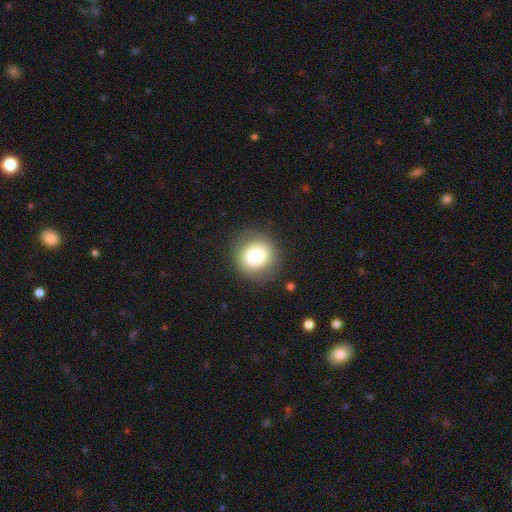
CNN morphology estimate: Smooth or featured? smooth (77%)
How rounded? round (91%)
Merging? none (86%)